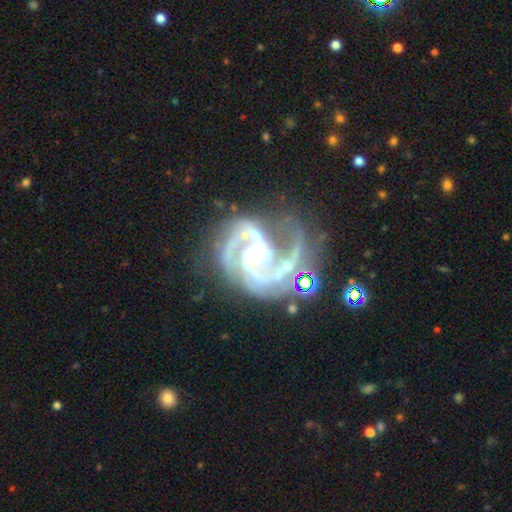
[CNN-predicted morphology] Smooth or featured?
  - featured or disk: 93% *
  - star or artifact: 5%
  - smooth: 2%
Edge-on disk?
  - no: 98% *
  - yes: 2%
Bar?
  - no: 43% *
  - weak: 39%
  - strong: 18%
Spiral arms?
  - yes: 99% *
  - no: 1%
Spiral winding?
  - medium: 55% *
  - tight: 36%
  - loose: 9%
Spiral arm count?
  - 2: 66% *
  - 3: 20%
  - can't tell: 5%
  - 1: 3%
  - 4: 3%
  - more than 4: 3%
Bulge size?
  - small: 68% *
  - moderate: 26%
  - none: 4%
  - large: 1%
  - dominant: 1%
Merging?
  - none: 47% *
  - minor disturbance: 22%
  - major disturbance: 22%
  - merger: 9%